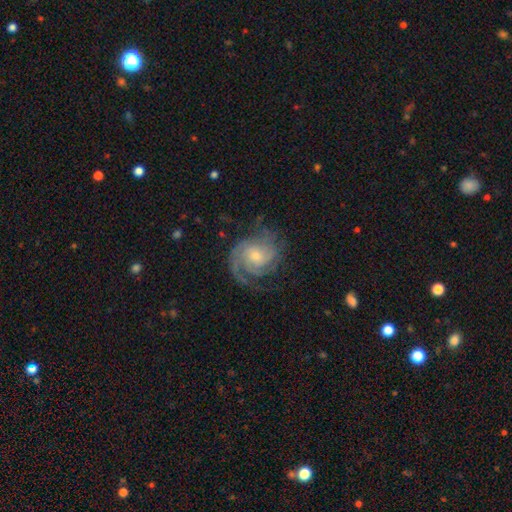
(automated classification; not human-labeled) smooth_or_featured: featured or disk (p=0.88) [alt: smooth p=0.07]
disk_edge_on: no (p=0.98) [alt: yes p=0.02]
bar: no (p=0.66) [alt: weak p=0.29]
has_spiral_arms: yes (p=0.97) [alt: no p=0.03]
spiral_winding: tight (p=0.57) [alt: medium p=0.34]
spiral_arm_count: 2 (p=0.43) [alt: 3 p=0.21]
bulge_size: small (p=0.52) [alt: moderate p=0.42]
merging: none (p=0.71) [alt: minor disturbance p=0.17]